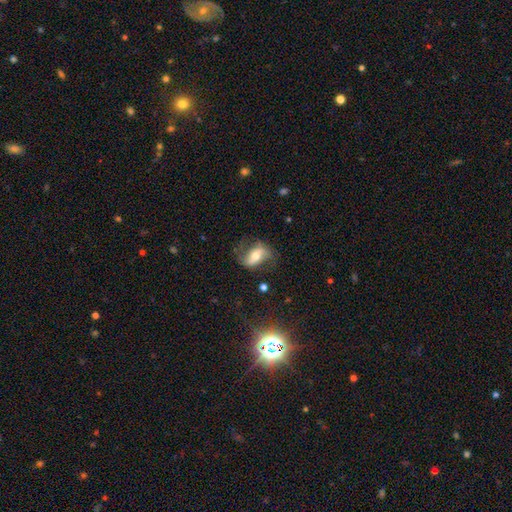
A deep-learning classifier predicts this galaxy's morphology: This appears to be a featured or disk galaxy (57%) with a strong bar (41%), spiral arms (77%) and a moderate central bulge (62%). Merging: none (62%).